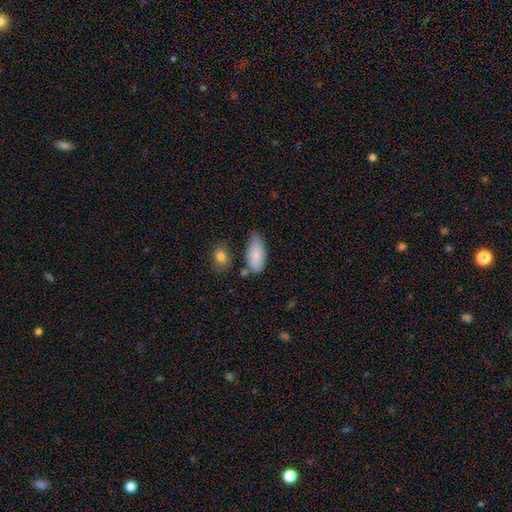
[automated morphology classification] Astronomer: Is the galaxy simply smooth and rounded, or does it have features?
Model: smooth — 84%.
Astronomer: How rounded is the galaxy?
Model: in between — 88%.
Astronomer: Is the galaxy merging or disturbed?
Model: none — 53% (runner-up: minor disturbance, 33%).